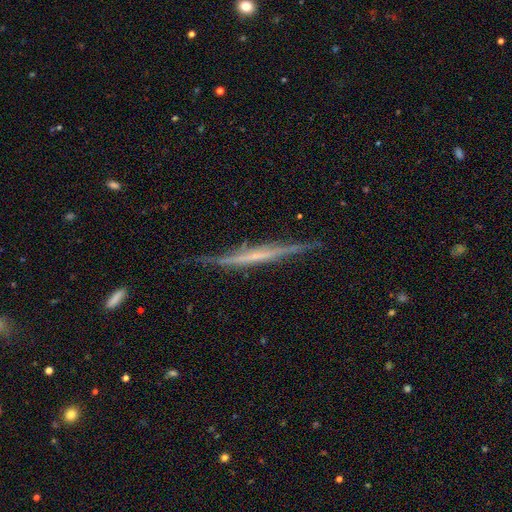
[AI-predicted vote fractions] featured or disk 72%, smooth 21%, star or artifact 6%. Down the decision tree: edge-on disk — yes (96%); edge-on bulge — none (68%); merging — none (77%).